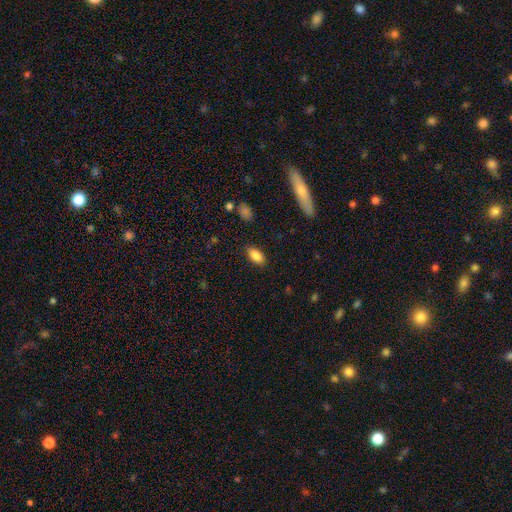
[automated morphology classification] smooth_or_featured: smooth (p=0.87) [alt: star or artifact p=0.08]
how_rounded: in between (p=0.90) [alt: cigar-shaped p=0.06]
merging: none (p=0.85) [alt: minor disturbance p=0.11]